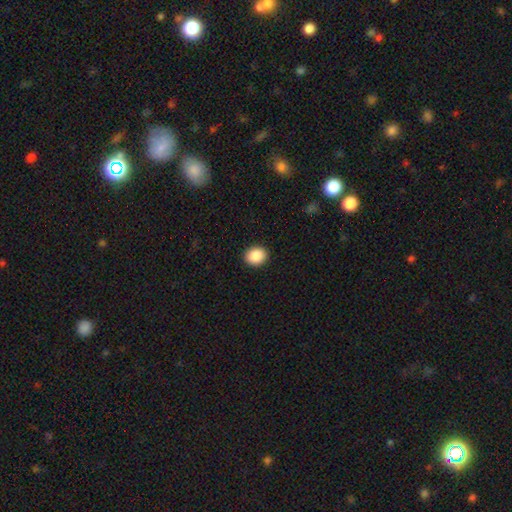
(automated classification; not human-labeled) Smooth or featured: smooth — 88% (star or artifact — 8%)
How rounded: round — 60% (in between — 39%)
Merging: none — 92% (minor disturbance — 5%)